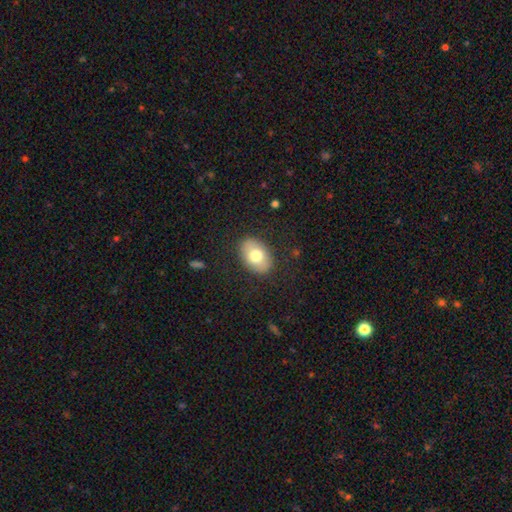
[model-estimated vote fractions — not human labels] smooth 74%, featured or disk 19%, star or artifact 7%. Down the decision tree: how rounded — in between (83%); merging — none (86%).